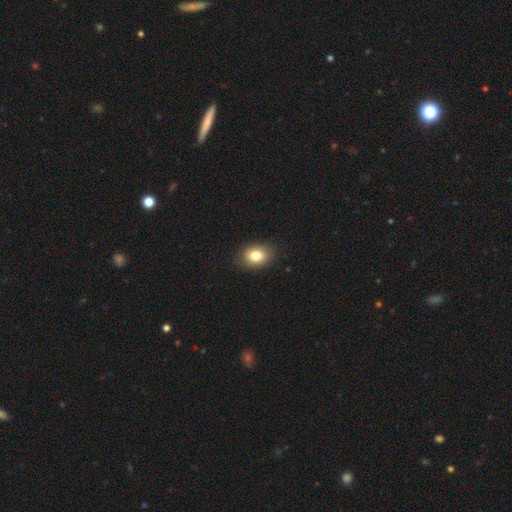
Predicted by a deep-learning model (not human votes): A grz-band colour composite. It shows a smooth galaxy with no disk features (82%) that is in between round and cigar-shaped (65%). Merging: none (88%).